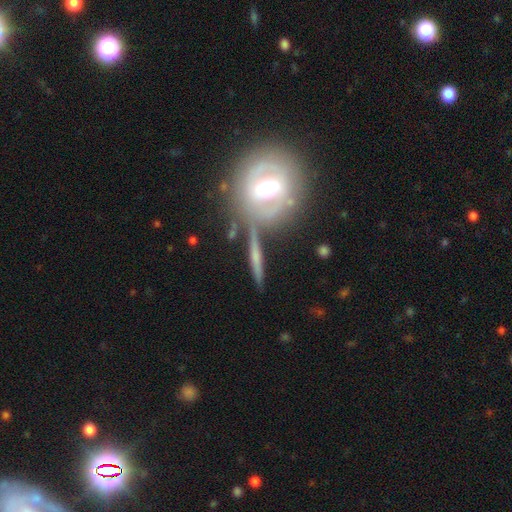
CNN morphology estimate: This appears to be a featured or disk galaxy (66%) viewed edge-on (80%) with a rounded central bulge (56%). Merging: none (73%).